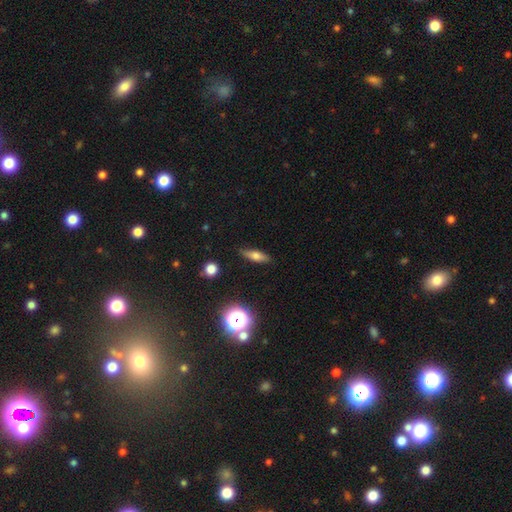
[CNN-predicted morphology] smooth-or-featured: smooth: 54% | featured or disk: 35% | star or artifact: 11%
  how-rounded: cigar-shaped: 54% | in between: 39% | round: 7%
  merging: none: 84% | minor disturbance: 12% | major disturbance: 3% | merger: 1%